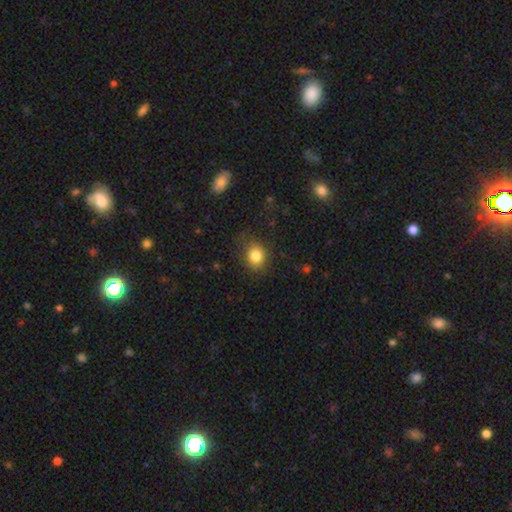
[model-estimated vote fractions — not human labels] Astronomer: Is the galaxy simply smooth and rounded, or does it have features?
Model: smooth — 82%.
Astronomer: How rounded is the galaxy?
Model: round — 64%.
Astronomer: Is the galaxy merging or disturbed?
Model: none — 78%.